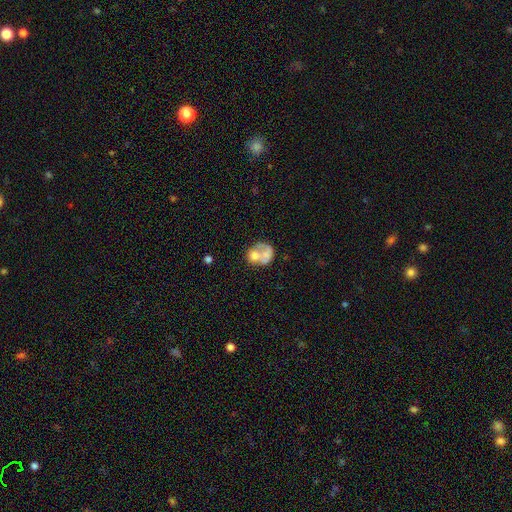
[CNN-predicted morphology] Smooth or featured? smooth (52%)
How rounded? round (64%)
Merging? merger (36%)